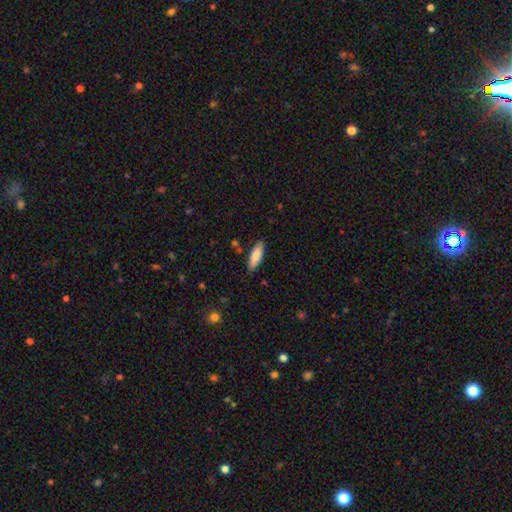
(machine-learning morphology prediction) This appears to be a smooth galaxy with no disk features (85%) that is in between round and cigar-shaped (54%). Merging: none (86%).